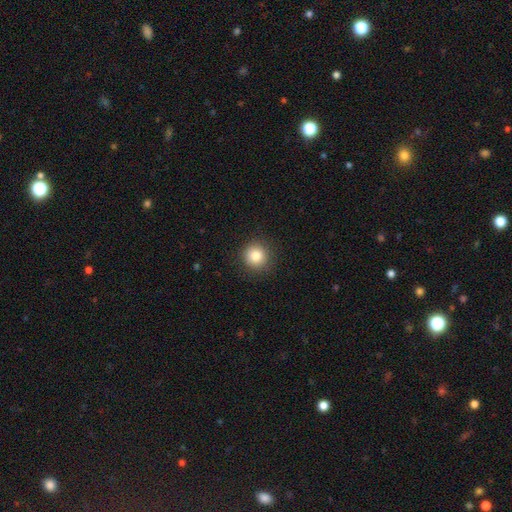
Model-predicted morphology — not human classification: Smooth or featured? smooth (83%)
How rounded? round (93%)
Merging? none (90%)